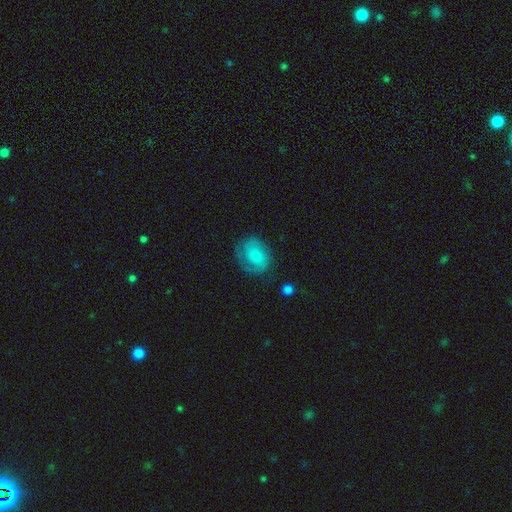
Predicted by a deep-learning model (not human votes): A smooth galaxy with no disk features (60%) that is in between round and cigar-shaped (54%).

Vote fractions:
- Smooth or featured? smooth: 60% / featured or disk: 32% / star or artifact: 8%
- How rounded? in between: 54% / round: 44% / cigar-shaped: 1%
- Merging? none: 66% / minor disturbance: 22% / major disturbance: 10% / merger: 2%